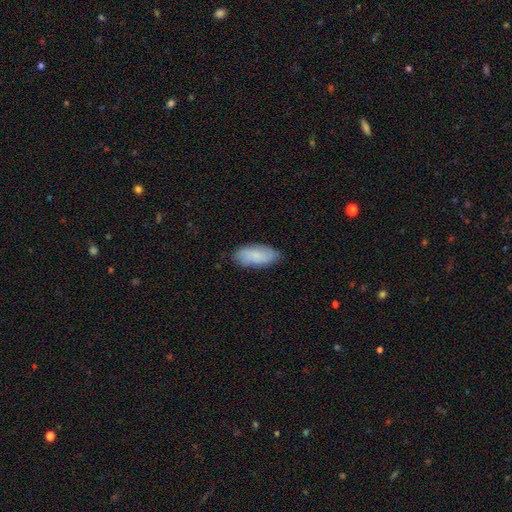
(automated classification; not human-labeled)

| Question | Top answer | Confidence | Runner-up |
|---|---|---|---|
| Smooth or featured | smooth | 77% | featured or disk (17%) |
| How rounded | in between | 88% | cigar-shaped (10%) |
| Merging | none | 82% | minor disturbance (14%) |